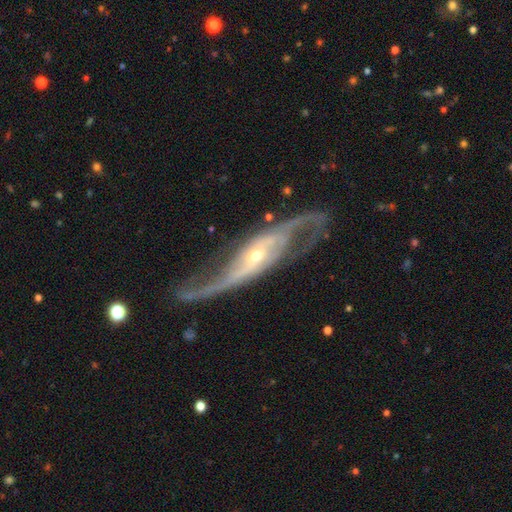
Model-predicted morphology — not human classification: Smooth or featured?
  - featured or disk: 91% *
  - star or artifact: 5%
  - smooth: 4%
Edge-on disk?
  - no: 88% *
  - yes: 12%
Bar?
  - no: 43% *
  - weak: 29%
  - strong: 27%
Spiral arms?
  - yes: 96% *
  - no: 4%
Spiral winding?
  - loose: 55% *
  - medium: 34%
  - tight: 11%
Spiral arm count?
  - 2: 92% *
  - can't tell: 3%
  - 1: 2%
  - 3: 1%
  - 4: 1%
  - more than 4: 1%
Bulge size?
  - small: 63% *
  - moderate: 33%
  - large: 2%
  - dominant: 1%
  - none: 1%
Merging?
  - none: 71% *
  - minor disturbance: 15%
  - major disturbance: 11%
  - merger: 2%